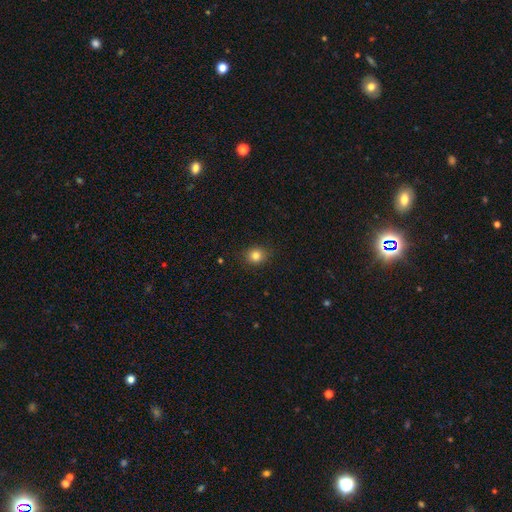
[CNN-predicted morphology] This is clearly a smooth galaxy (82%). How rounded: likely round (75%). Merging: clearly none (87%).